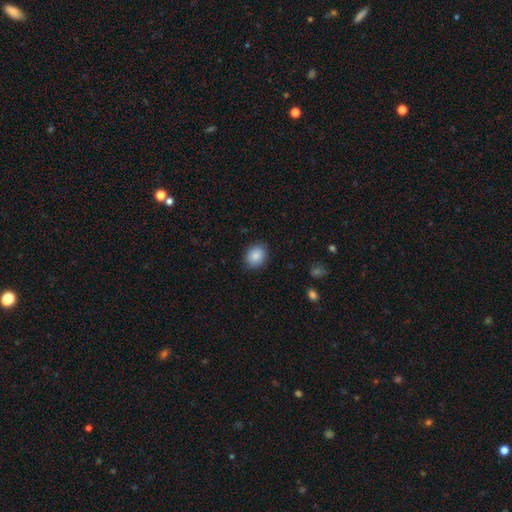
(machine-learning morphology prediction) smooth_or_featured: smooth (p=0.87) [alt: star or artifact p=0.08]
how_rounded: round (p=0.51) [alt: in between p=0.48]
merging: none (p=0.86) [alt: minor disturbance p=0.10]